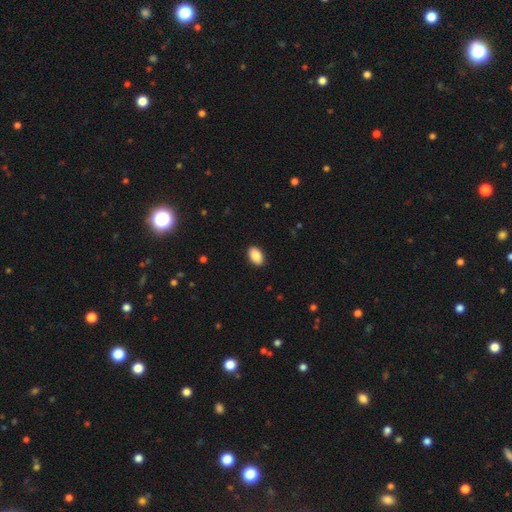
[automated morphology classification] Smooth or featured: smooth — 88% (star or artifact — 7%)
How rounded: in between — 91% (round — 7%)
Merging: none — 90% (minor disturbance — 7%)